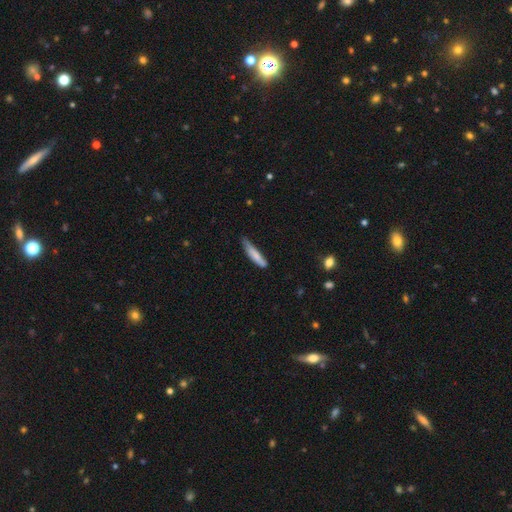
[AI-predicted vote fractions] smooth-or-featured: smooth: 76% | featured or disk: 19% | star or artifact: 6%
  how-rounded: cigar-shaped: 85% | in between: 13% | round: 1%
  merging: none: 53% | minor disturbance: 37% | major disturbance: 7% | merger: 3%